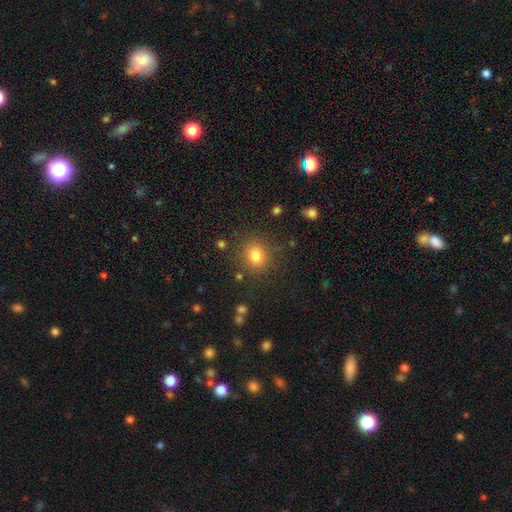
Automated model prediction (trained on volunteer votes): Q: Smooth or featured?
A: smooth (80%); runner-up: star or artifact (13%)
Q: How rounded?
A: round (82%); runner-up: in between (17%)
Q: Merging?
A: none (85%); runner-up: minor disturbance (9%)